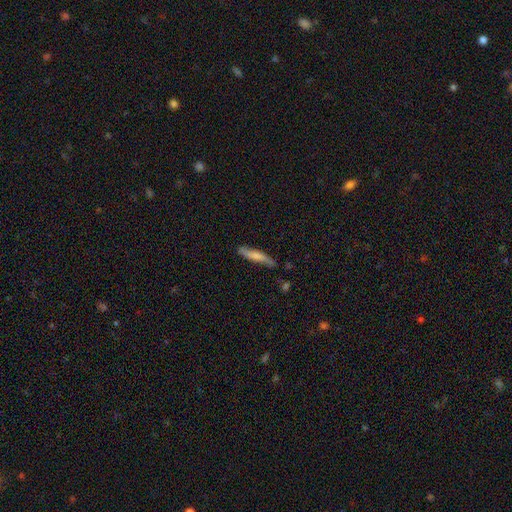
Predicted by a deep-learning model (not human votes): This appears to be a smooth galaxy with no disk features (62%) that is cigar-shaped (87%). Merging: none (69%).